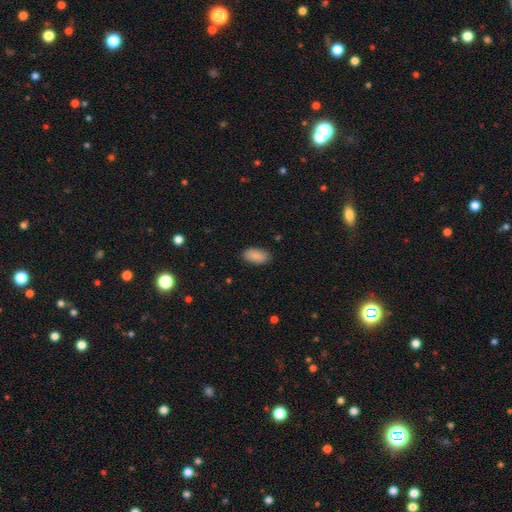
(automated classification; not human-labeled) smooth 89%, star or artifact 7%, featured or disk 5%. Down the decision tree: how rounded — in between (94%); merging — none (87%).